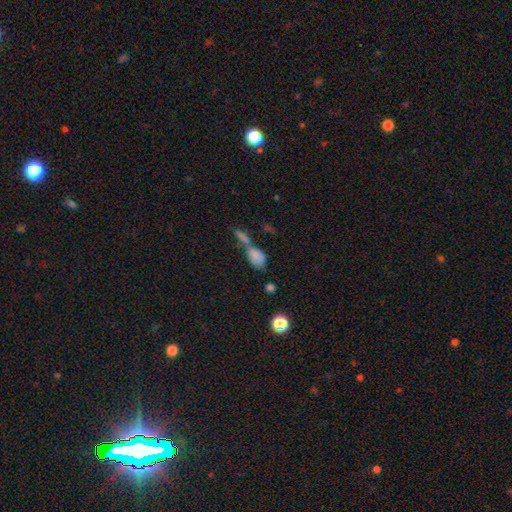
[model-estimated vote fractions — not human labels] Morphology: type=smooth (78%); roundness=in between (86%); merging=merger (56%).